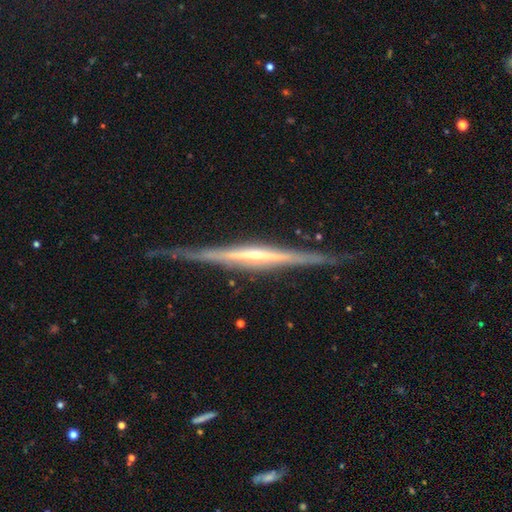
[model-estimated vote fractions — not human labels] Q: Smooth or featured?
A: featured or disk (85%); runner-up: smooth (10%)
Q: Edge-on disk?
A: yes (98%); runner-up: no (2%)
Q: Edge-on bulge?
A: none (45%); runner-up: rounded (43%)
Q: Merging?
A: none (83%); runner-up: minor disturbance (13%)